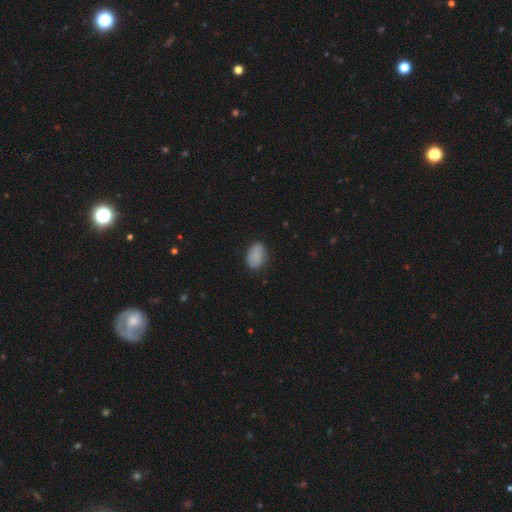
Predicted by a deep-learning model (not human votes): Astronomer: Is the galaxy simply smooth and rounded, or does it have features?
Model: smooth — 87%.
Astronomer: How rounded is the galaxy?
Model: in between — 88%.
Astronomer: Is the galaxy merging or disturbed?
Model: none — 83%.